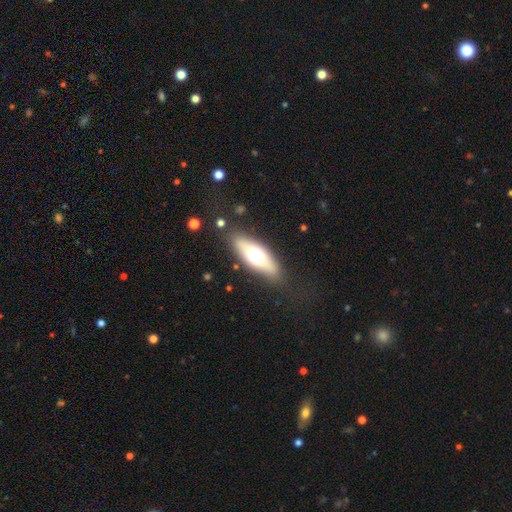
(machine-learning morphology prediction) smooth_or_featured: smooth (p=0.55) [alt: featured or disk p=0.37]
how_rounded: in between (p=0.65) [alt: cigar-shaped p=0.31]
merging: none (p=0.82) [alt: minor disturbance p=0.12]